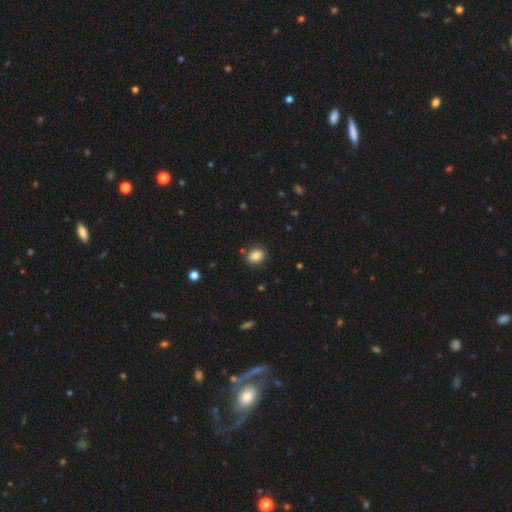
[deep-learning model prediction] smooth 85%, star or artifact 9%, featured or disk 6%. Down the decision tree: how rounded — in between (54%); merging — none (84%).